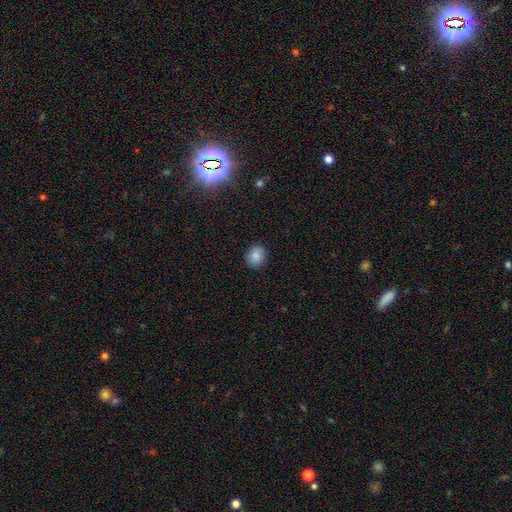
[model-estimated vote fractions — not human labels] Smooth or featured? smooth (87%)
How rounded? round (62%)
Merging? none (88%)